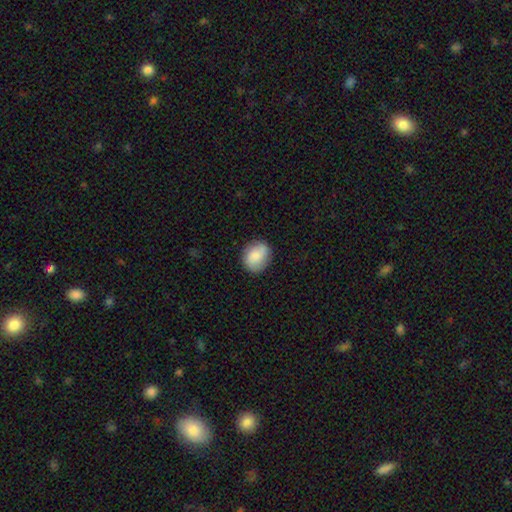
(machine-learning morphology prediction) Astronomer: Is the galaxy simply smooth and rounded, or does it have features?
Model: smooth — 77%.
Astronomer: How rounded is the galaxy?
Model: round — 64%.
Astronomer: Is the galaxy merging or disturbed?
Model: none — 82%.